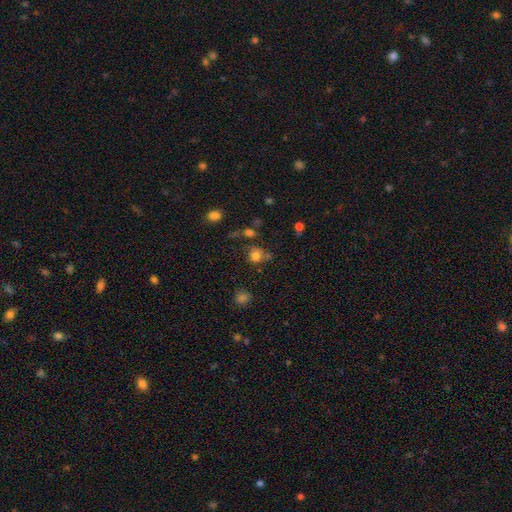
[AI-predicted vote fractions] This is likely a smooth galaxy (77%). How rounded: clearly round (84%). Merging: likely none (64%).